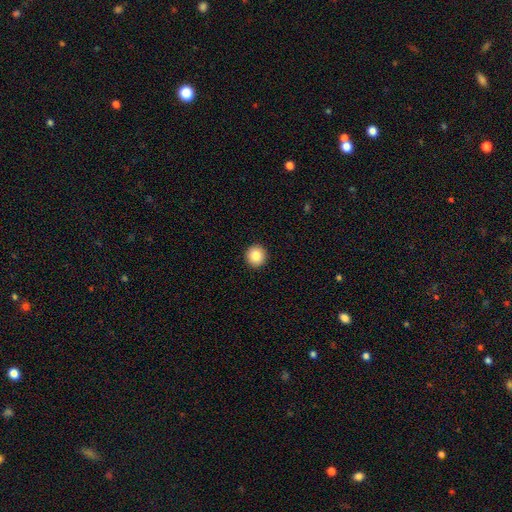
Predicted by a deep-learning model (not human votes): Overall: smooth (84%). How rounded: round (95%). Merging: none (94%).